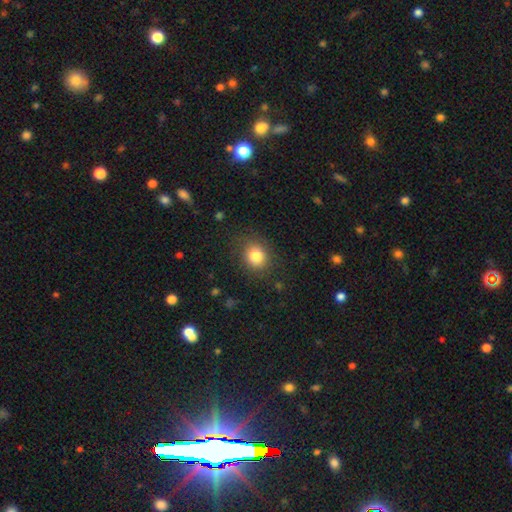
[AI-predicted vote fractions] Smooth or featured?
  - smooth: 82% *
  - star or artifact: 11%
  - featured or disk: 7%
How rounded?
  - round: 75% *
  - in between: 24%
  - cigar-shaped: 1%
Merging?
  - none: 84% *
  - minor disturbance: 11%
  - major disturbance: 4%
  - merger: 1%